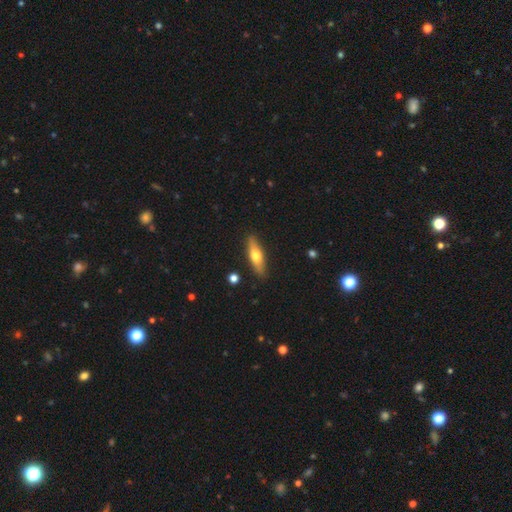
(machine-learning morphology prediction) The model was most divided on "smooth or featured": smooth: 56%, featured or disk: 38%, star or artifact: 6%. More confident: merging — none (87%); how rounded — cigar-shaped (58%).